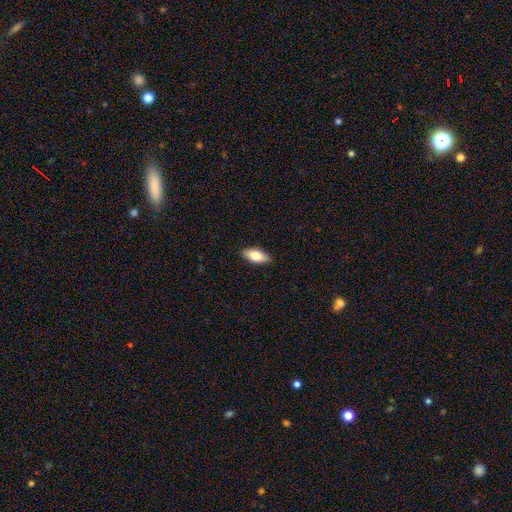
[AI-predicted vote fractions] Smooth or featured?
  - smooth: 78% *
  - featured or disk: 16%
  - star or artifact: 6%
How rounded?
  - in between: 86% *
  - cigar-shaped: 12%
  - round: 3%
Merging?
  - none: 89% *
  - minor disturbance: 8%
  - major disturbance: 2%
  - merger: 1%